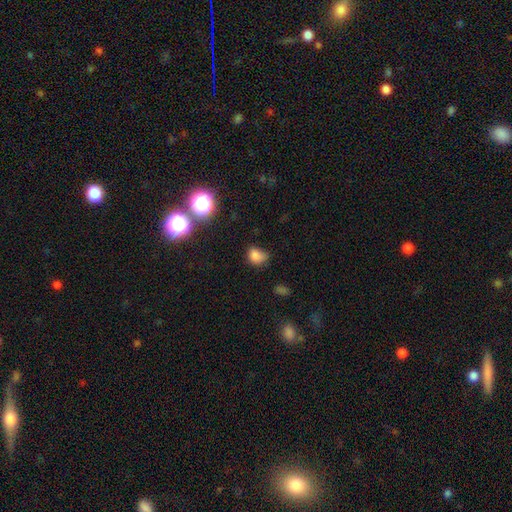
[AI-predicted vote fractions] Smooth or featured: smooth — 77% (star or artifact — 17%)
How rounded: in between — 54% (round — 44%)
Merging: none — 51% (minor disturbance — 34%)